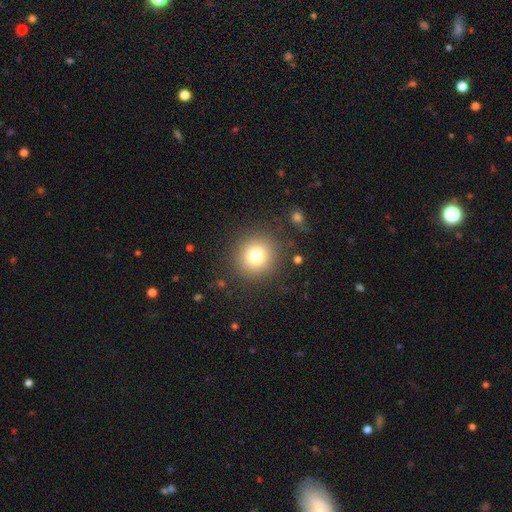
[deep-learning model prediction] Smooth or featured?
  - smooth: 77% *
  - star or artifact: 13%
  - featured or disk: 10%
How rounded?
  - round: 93% *
  - in between: 6%
  - cigar-shaped: 1%
Merging?
  - none: 88% *
  - minor disturbance: 7%
  - major disturbance: 4%
  - merger: 2%